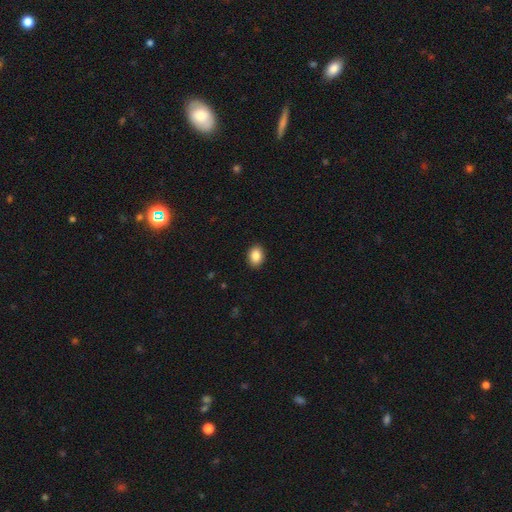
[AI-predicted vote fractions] Morphology: type=smooth (88%); roundness=in between (69%); merging=none (90%).